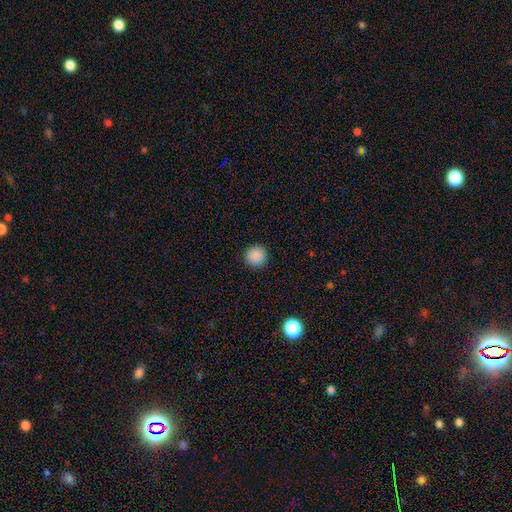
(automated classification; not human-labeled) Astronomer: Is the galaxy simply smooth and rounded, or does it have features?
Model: smooth — 88%.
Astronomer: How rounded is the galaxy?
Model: round — 96%.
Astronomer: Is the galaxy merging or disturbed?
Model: none — 92%.